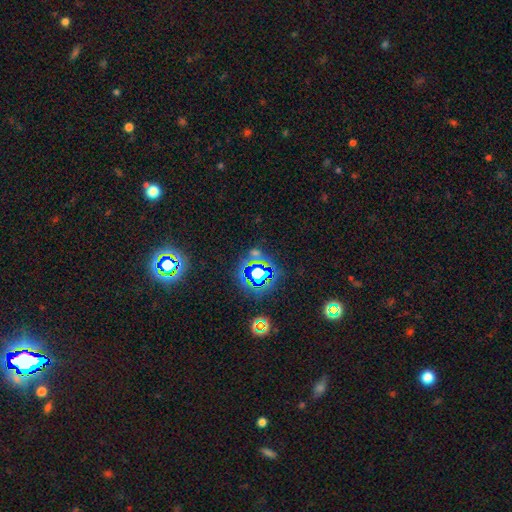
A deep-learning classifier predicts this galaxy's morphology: Overall: star or artifact (76%).